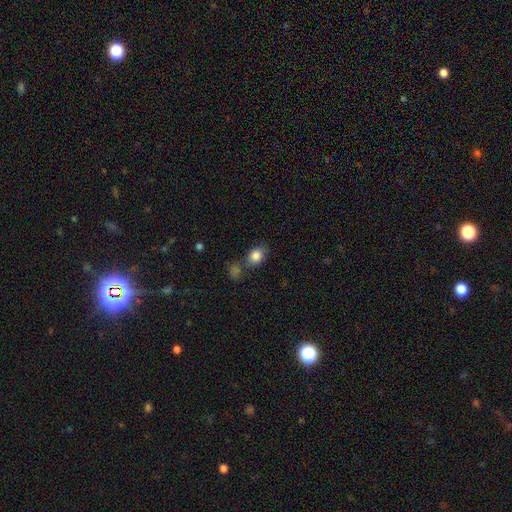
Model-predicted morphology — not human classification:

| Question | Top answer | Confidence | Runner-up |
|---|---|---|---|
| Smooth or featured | smooth | 84% | star or artifact (9%) |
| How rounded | in between | 61% | round (38%) |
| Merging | none | 59% | merger (20%) |